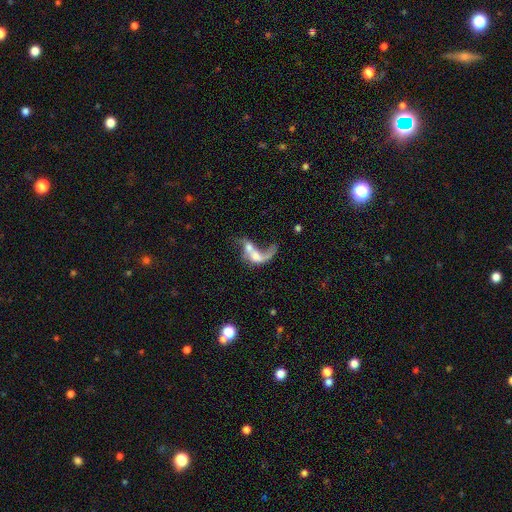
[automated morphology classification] A featured or disk galaxy (60%) with no bar (67%), spiral arms (56%) and no central bulge (31%).

Vote fractions:
- Smooth or featured? featured or disk: 60% / smooth: 29% / star or artifact: 11%
- Edge-on disk? no: 95% / yes: 5%
- Bar? no: 67% / weak: 24% / strong: 9%
- Spiral arms? yes: 56% / no: 44%
- Bulge size? none: 31% / moderate: 30% / small: 19% / large: 17% / dominant: 4%
- Merging? merger: 52% / major disturbance: 28% / none: 14% / minor disturbance: 6%